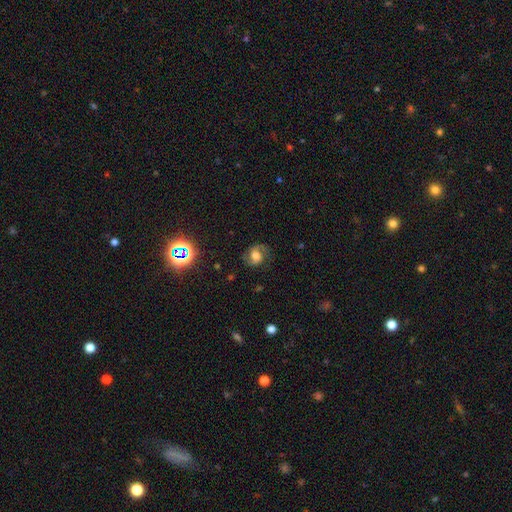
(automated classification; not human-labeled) Morphology: type=featured or disk (59%); edge-on=no (97%); bar=no (47%); spiral arms=yes (90%); winding=medium (50%); arm count=2 (87%); bulge=moderate (52%); merging=none (74%).